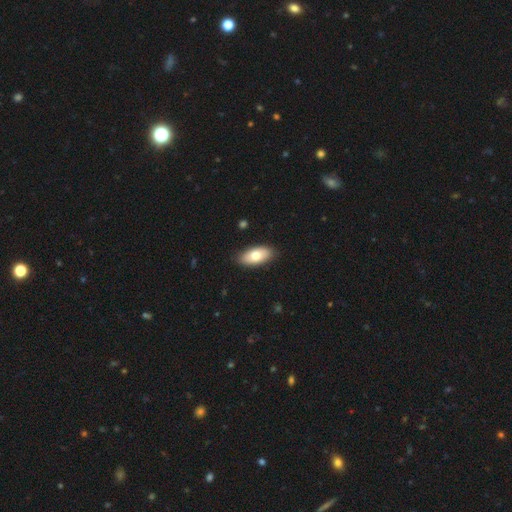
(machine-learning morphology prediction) The model was most divided on "smooth or featured": smooth: 74%, featured or disk: 20%, star or artifact: 6%. More confident: how rounded — in between (91%); merging — none (88%).